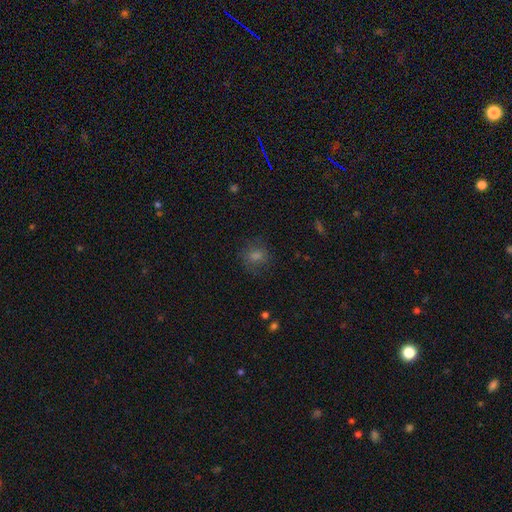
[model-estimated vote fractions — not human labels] This appears to be a smooth galaxy with no disk features (61%) that is round (76%). Merging: none (80%).